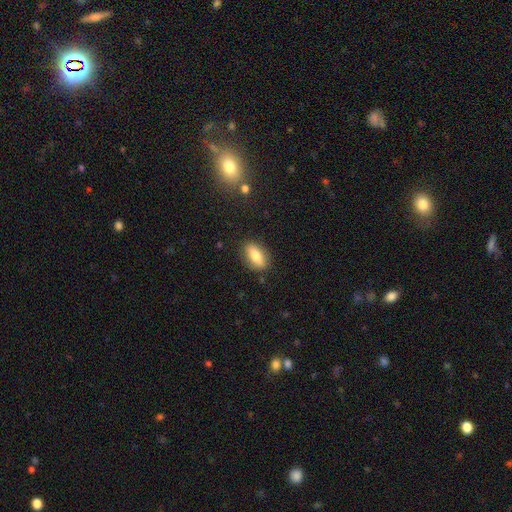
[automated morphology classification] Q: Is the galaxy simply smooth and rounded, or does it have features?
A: smooth — 75%.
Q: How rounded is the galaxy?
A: in between — 80%.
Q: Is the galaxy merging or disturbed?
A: none — 85%.